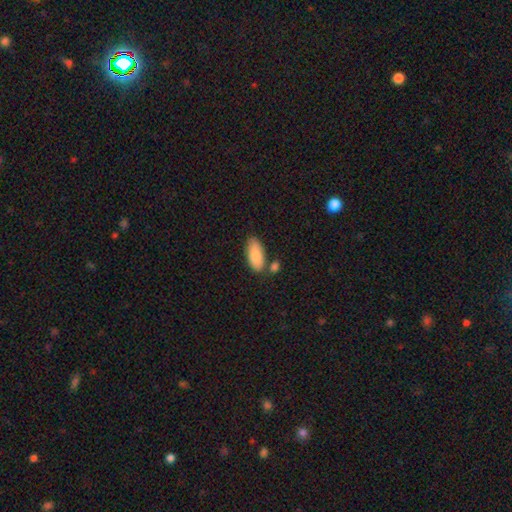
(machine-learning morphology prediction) Smooth or featured?
  - smooth: 87% *
  - featured or disk: 7%
  - star or artifact: 6%
How rounded?
  - in between: 87% *
  - cigar-shaped: 11%
  - round: 2%
Merging?
  - none: 69% *
  - minor disturbance: 16%
  - merger: 12%
  - major disturbance: 4%